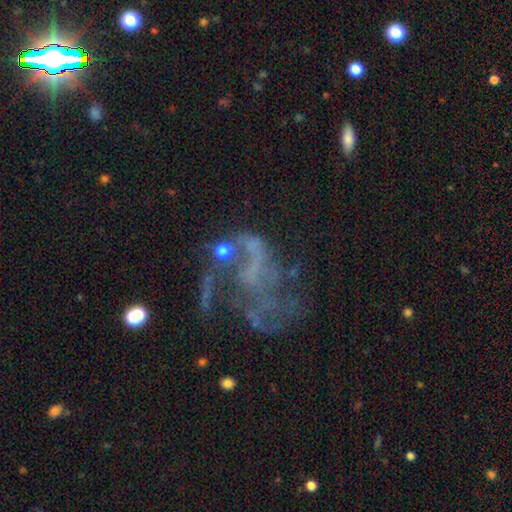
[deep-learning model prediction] A featured or disk galaxy (68%) with no bar (72%), no spiral arms (54%) and no central bulge (70%).

Vote fractions:
- Smooth or featured? featured or disk: 68% / star or artifact: 18% / smooth: 14%
- Edge-on disk? no: 97% / yes: 3%
- Bar? no: 72% / weak: 21% / strong: 7%
- Spiral arms? no: 54% / yes: 46%
- Bulge size? none: 70% / small: 17% / moderate: 10% / large: 2% / dominant: 1%
- Merging? major disturbance: 44% / none: 31% / minor disturbance: 13% / merger: 11%